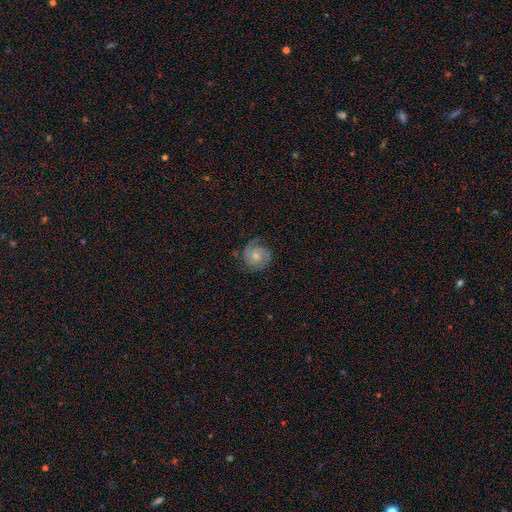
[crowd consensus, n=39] This is likely a featured or disk galaxy (62%). It is clearly not viewed edge-on (100%). Bar: likely no (75%). Spiral arm pattern: clearly yes (100%). Spiral arm count: likely 2 (75%). Spiral winding: marginally tight (38%, tied with medium). Central bulge: likely moderate (79%). Merging: likely none (72%).